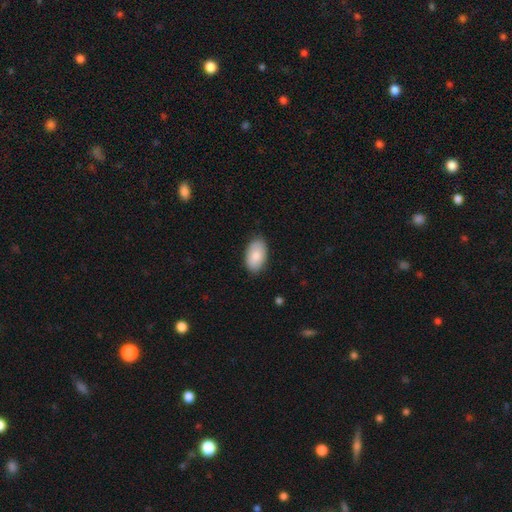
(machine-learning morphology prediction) type=smooth (85%); roundness=in between (95%); merging=none (84%).